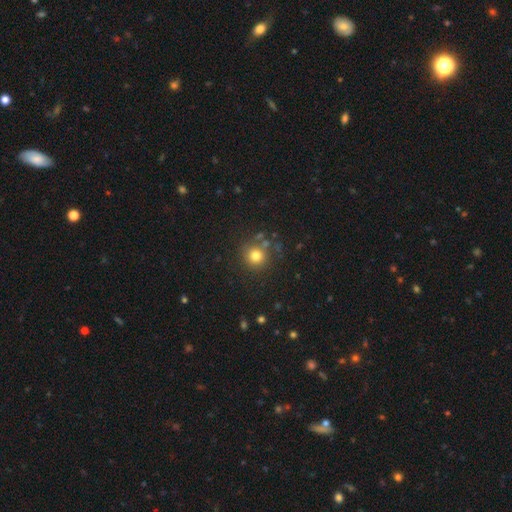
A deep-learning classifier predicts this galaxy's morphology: Smooth or featured: smooth — 77% (star or artifact — 15%)
How rounded: round — 92% (in between — 7%)
Merging: none — 77% (minor disturbance — 10%)